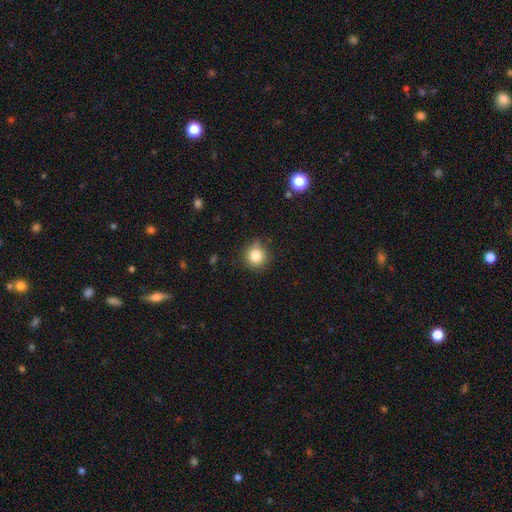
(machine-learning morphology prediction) type=smooth (83%); roundness=round (92%); merging=none (81%).